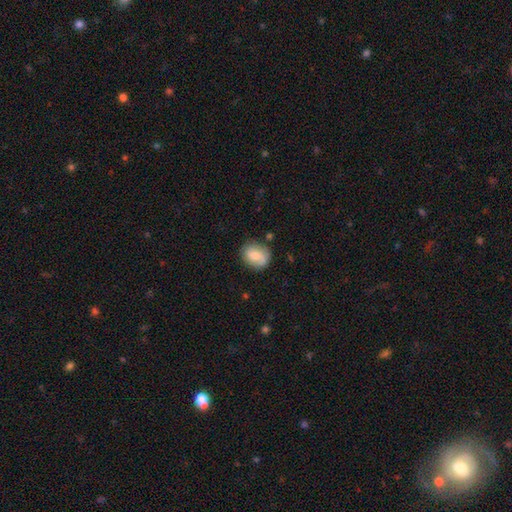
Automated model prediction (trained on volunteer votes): Smooth or featured: smooth — 65% (featured or disk — 27%)
How rounded: round — 59% (in between — 39%)
Merging: none — 74% (minor disturbance — 18%)